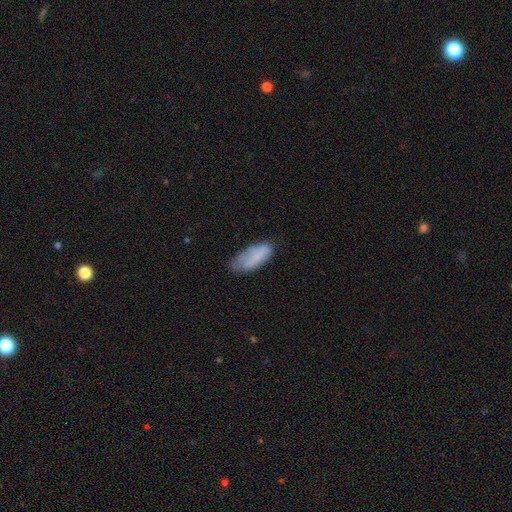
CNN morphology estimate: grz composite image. It shows a smooth galaxy with no disk features (77%) that is in between round and cigar-shaped (83%). Merging: none (52%).